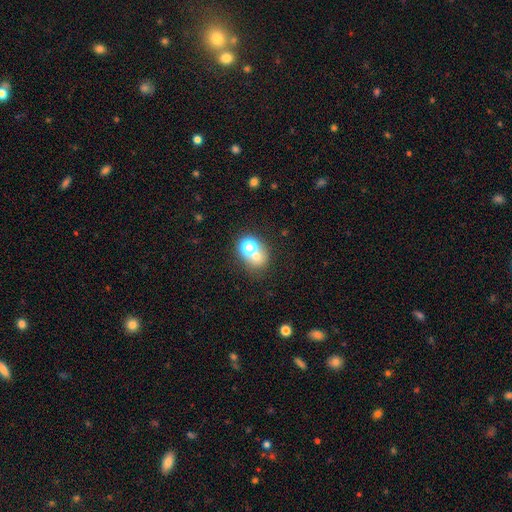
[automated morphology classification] A smooth galaxy with no disk features (61%) that is round (69%). Merging: none (44%).